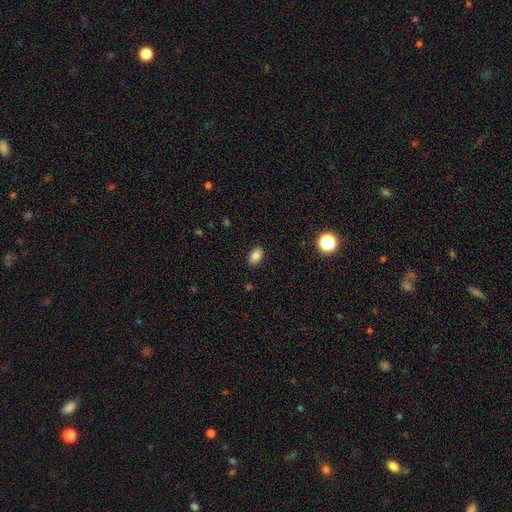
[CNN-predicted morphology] Smooth or featured?
  - smooth: 84% *
  - star or artifact: 10%
  - featured or disk: 6%
How rounded?
  - in between: 85% *
  - round: 14%
  - cigar-shaped: 1%
Merging?
  - none: 88% *
  - minor disturbance: 9%
  - major disturbance: 2%
  - merger: 1%